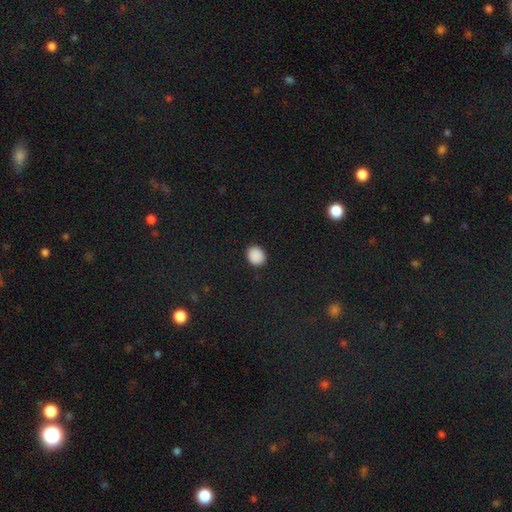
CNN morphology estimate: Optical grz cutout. It shows a smooth galaxy with no disk features (89%) that is round (57%). Merging: none (90%).